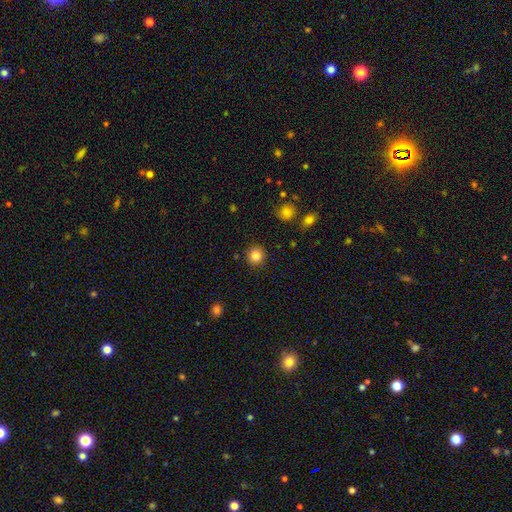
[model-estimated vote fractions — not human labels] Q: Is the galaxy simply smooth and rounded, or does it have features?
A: smooth — 84%.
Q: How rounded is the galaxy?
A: round — 93%.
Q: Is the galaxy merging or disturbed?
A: none — 90%.